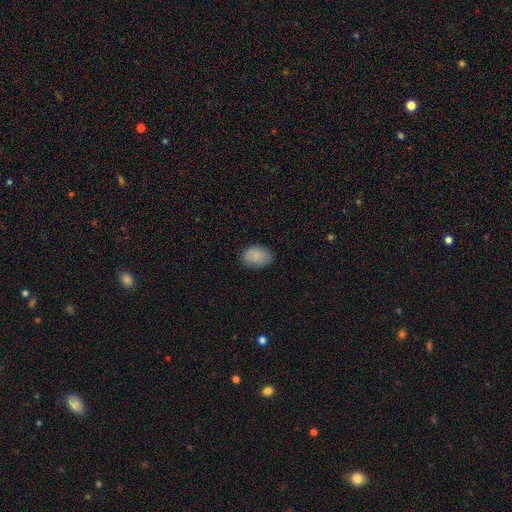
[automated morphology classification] Q: Smooth or featured?
A: smooth (86%); runner-up: star or artifact (7%)
Q: How rounded?
A: in between (79%); runner-up: round (20%)
Q: Merging?
A: none (81%); runner-up: minor disturbance (15%)